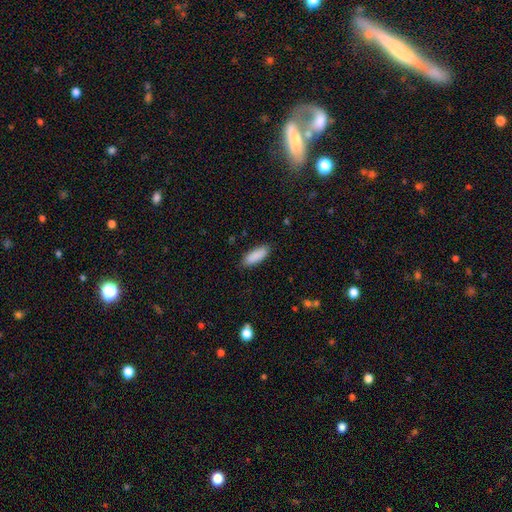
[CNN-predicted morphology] This appears to be a smooth galaxy with no disk features (89%) that is in between round and cigar-shaped (71%). Merging: none (87%).